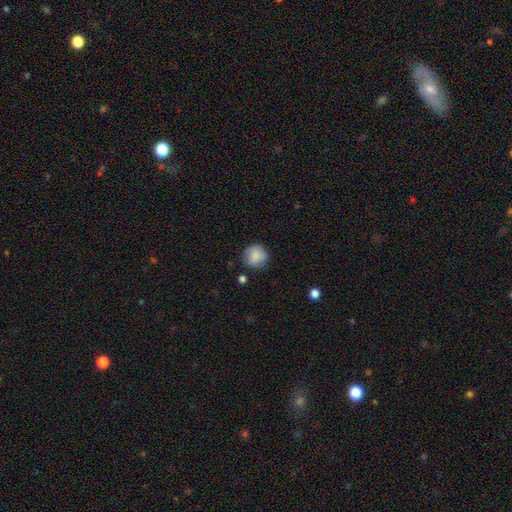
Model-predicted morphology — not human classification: The model was most divided on "merging": none: 78%, minor disturbance: 16%, major disturbance: 4%, merger: 3%. More confident: how rounded — round (90%); smooth or featured — smooth (84%).